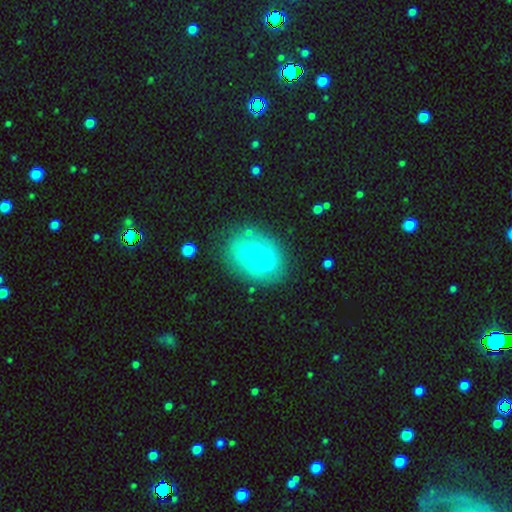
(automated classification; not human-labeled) smooth_or_featured: featured or disk (p=0.50) [alt: smooth p=0.40]
merging: none (p=0.53) [alt: minor disturbance p=0.19]